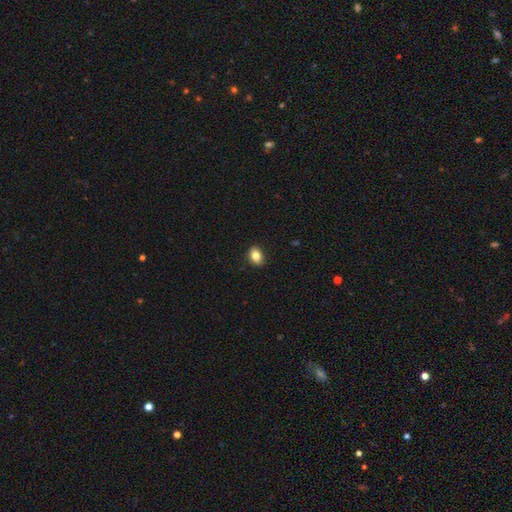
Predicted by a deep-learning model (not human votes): Smooth or featured? Predicted: smooth (p=0.82). How rounded? Predicted: in between (p=0.66). Merging? Predicted: none (p=0.89).